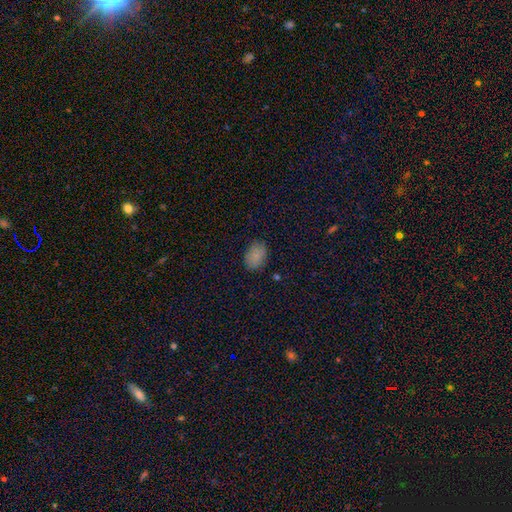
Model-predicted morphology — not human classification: Smooth or featured?
  - smooth: 85% *
  - star or artifact: 9%
  - featured or disk: 6%
How rounded?
  - in between: 81% *
  - round: 18%
  - cigar-shaped: 1%
Merging?
  - none: 83% *
  - minor disturbance: 13%
  - major disturbance: 3%
  - merger: 1%